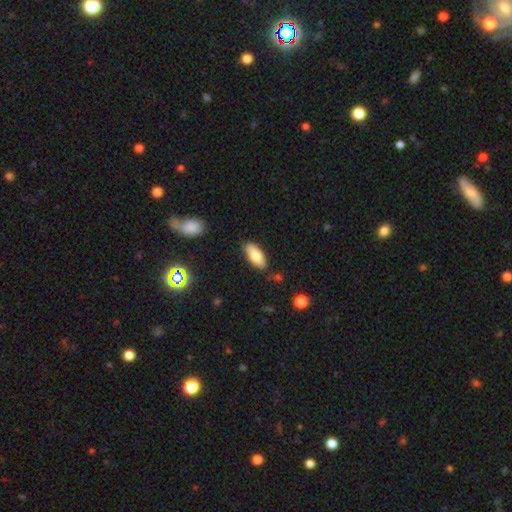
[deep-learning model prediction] Smooth or featured?
  - smooth: 76% *
  - featured or disk: 16%
  - star or artifact: 7%
How rounded?
  - in between: 85% *
  - cigar-shaped: 13%
  - round: 2%
Merging?
  - none: 81% *
  - minor disturbance: 14%
  - merger: 2%
  - major disturbance: 2%